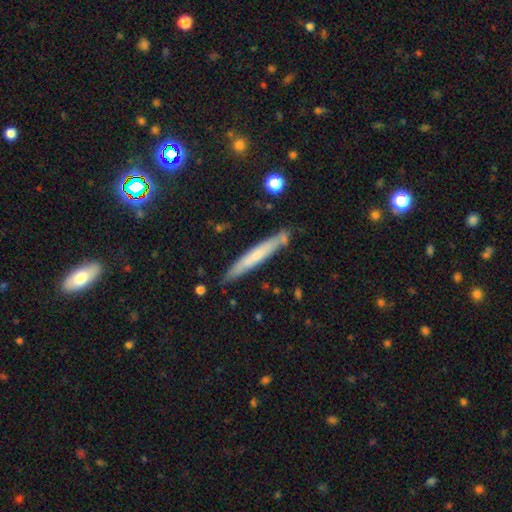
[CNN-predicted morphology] Smooth or featured?
  - smooth: 56% *
  - featured or disk: 38%
  - star or artifact: 6%
How rounded?
  - cigar-shaped: 95% *
  - in between: 4%
  - round: 1%
Merging?
  - none: 82% *
  - minor disturbance: 12%
  - merger: 4%
  - major disturbance: 2%